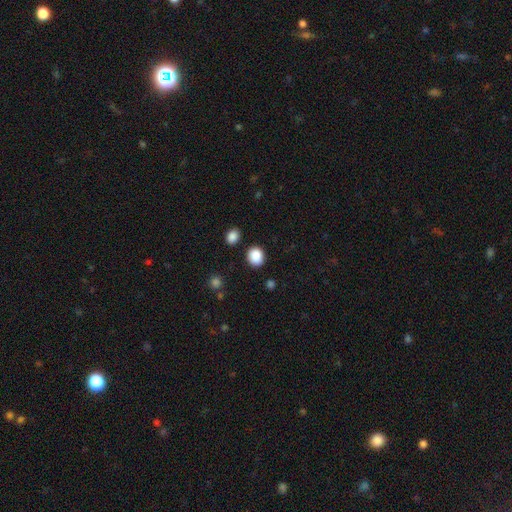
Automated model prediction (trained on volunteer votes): This is clearly a smooth galaxy (88%). How rounded: likely round (63%). Merging: clearly none (85%).